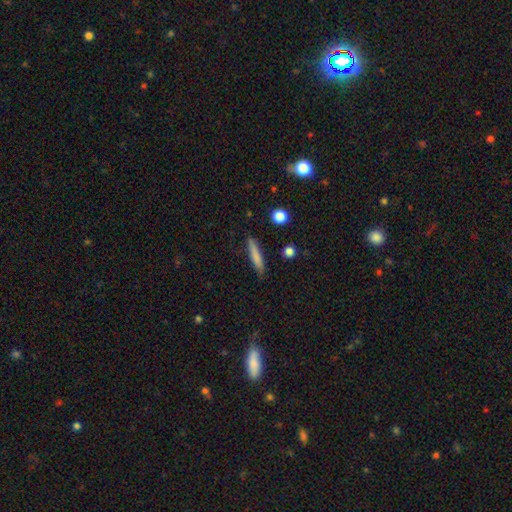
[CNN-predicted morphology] type=smooth (77%); roundness=cigar-shaped (90%); merging=none (84%).